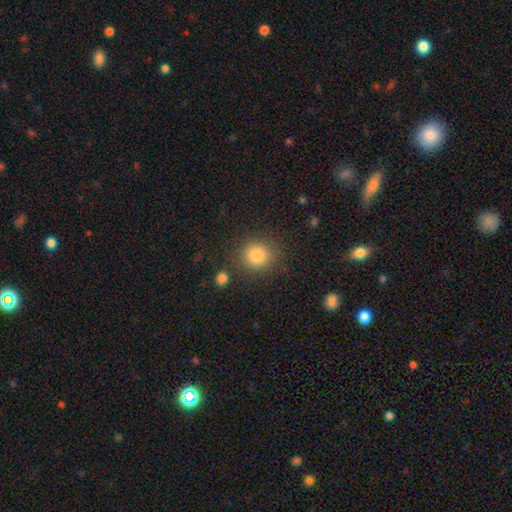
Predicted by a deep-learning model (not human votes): Q: Smooth or featured?
A: smooth (82%); runner-up: star or artifact (11%)
Q: How rounded?
A: round (84%); runner-up: in between (15%)
Q: Merging?
A: none (83%); runner-up: minor disturbance (10%)